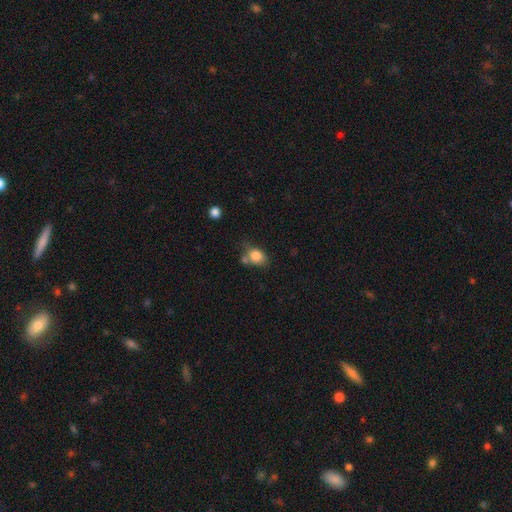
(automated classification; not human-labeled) smooth 82%, star or artifact 9%, featured or disk 9%. Down the decision tree: how rounded — in between (61%); merging — none (47%).